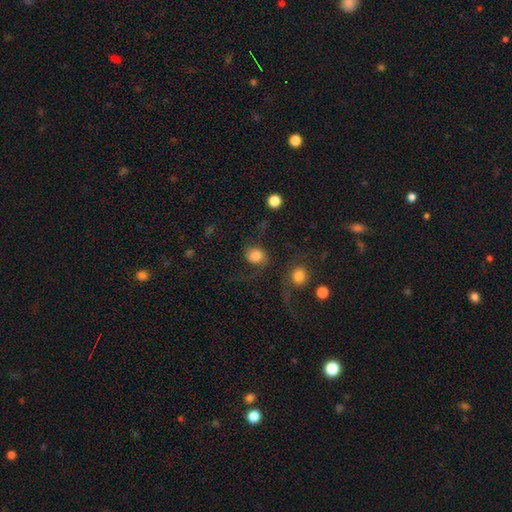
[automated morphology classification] A smooth galaxy with no disk features (67%) that is round (65%).

Vote fractions:
- Smooth or featured? smooth: 67% / featured or disk: 23% / star or artifact: 10%
- How rounded? round: 65% / in between: 34% / cigar-shaped: 1%
- Merging? none: 52% / major disturbance: 22% / minor disturbance: 20% / merger: 7%